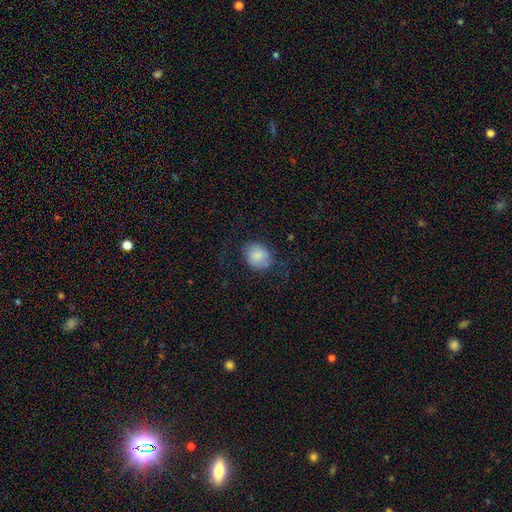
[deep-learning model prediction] This is likely a smooth galaxy (78%). How rounded: likely round (64%). Merging: likely none (64%).